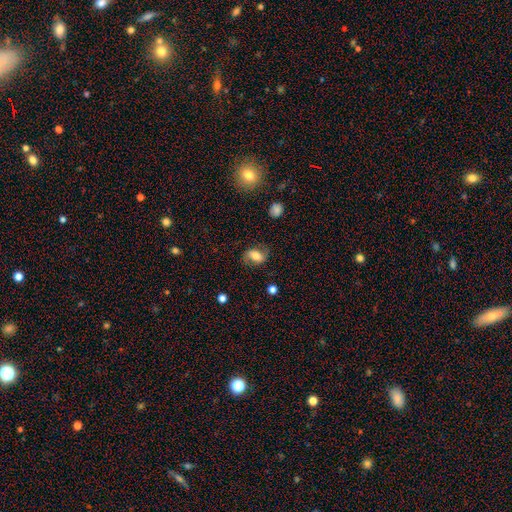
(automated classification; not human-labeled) Overall: smooth (49%; featured or disk 42%). Merging: none (71%).